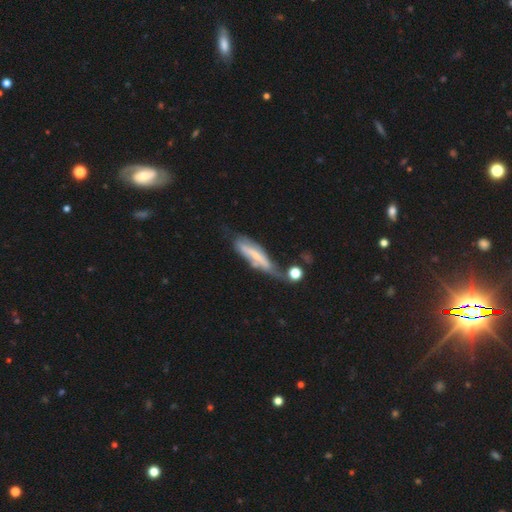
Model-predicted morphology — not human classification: Smooth or featured? featured or disk (59%)
Edge-on disk? no (63%)
Merging? none (31%)